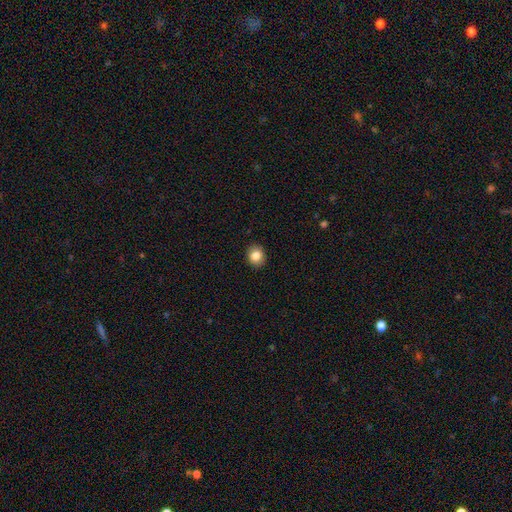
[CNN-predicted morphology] Q: Smooth or featured?
A: smooth (84%); runner-up: star or artifact (9%)
Q: How rounded?
A: round (72%); runner-up: in between (27%)
Q: Merging?
A: none (91%); runner-up: minor disturbance (6%)